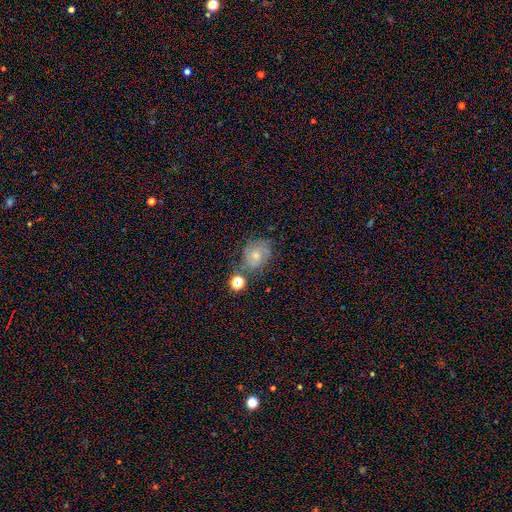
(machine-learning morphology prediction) This is possibly a featured or disk galaxy (58%). It is clearly not viewed edge-on (97%). Bar: likely no (73%). Spiral arm pattern: clearly yes (88%). Central bulge: possibly moderate (49%). Merging: likely none (69%).